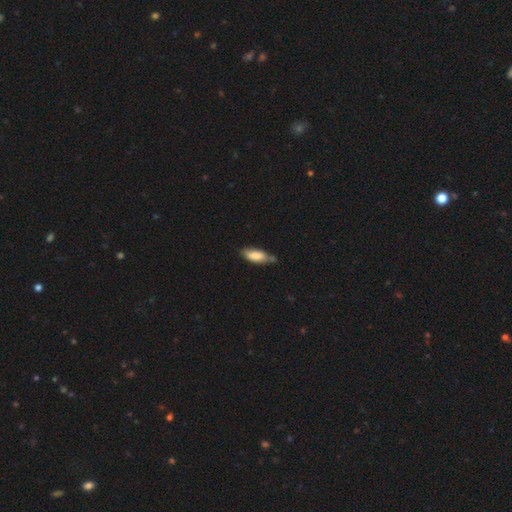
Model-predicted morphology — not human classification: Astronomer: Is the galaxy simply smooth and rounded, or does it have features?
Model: smooth — 80%.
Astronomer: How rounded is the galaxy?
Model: in between — 69%.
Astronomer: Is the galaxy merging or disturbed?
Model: none — 54% (runner-up: minor disturbance, 33%).